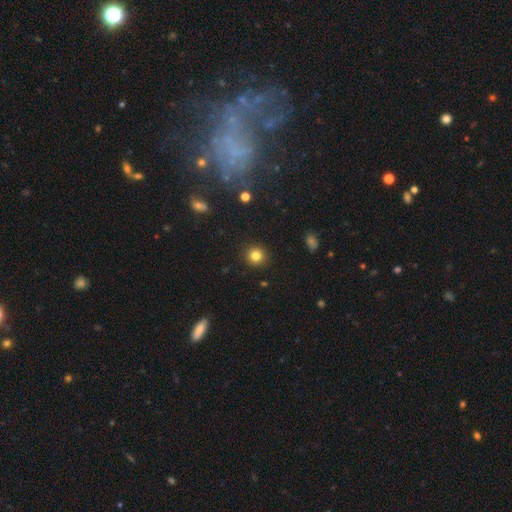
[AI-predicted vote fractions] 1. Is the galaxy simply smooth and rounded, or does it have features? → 82% smooth, 12% star or artifact, 6% featured or disk.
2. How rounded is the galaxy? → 93% round, 6% in between, 1% cigar-shaped.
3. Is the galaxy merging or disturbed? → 91% none, 5% minor disturbance, 2% major disturbance, 1% merger.